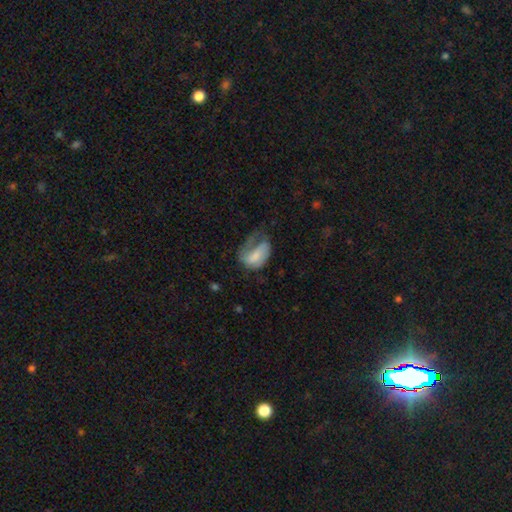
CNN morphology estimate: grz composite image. It shows a smooth galaxy with no disk features (57%) that is in between round and cigar-shaped (84%). Merging: major disturbance (52%).